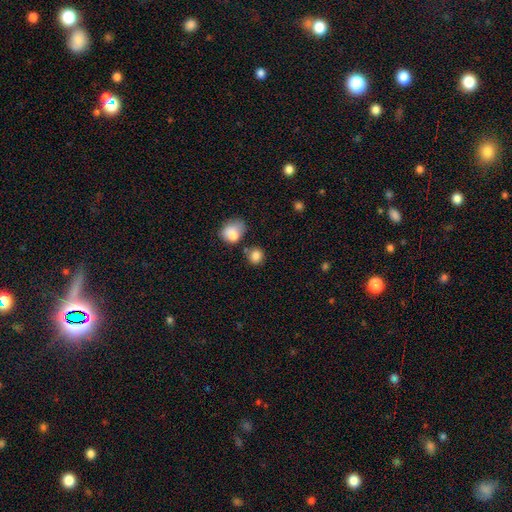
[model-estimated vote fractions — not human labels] Morphology: type=smooth (84%); roundness=round (80%); merging=none (71%).